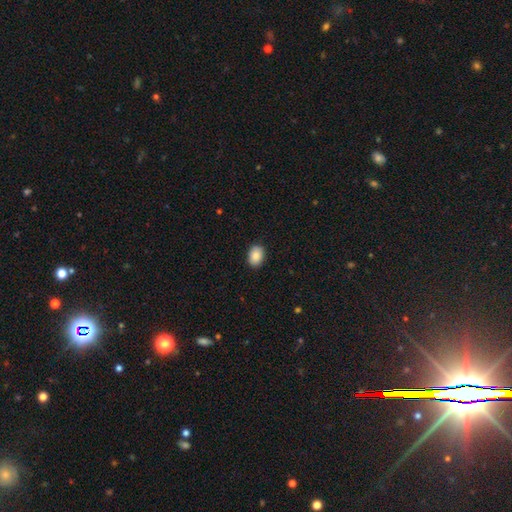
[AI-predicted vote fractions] This is clearly a smooth galaxy (88%). How rounded: likely in between (77%). Merging: clearly none (89%).